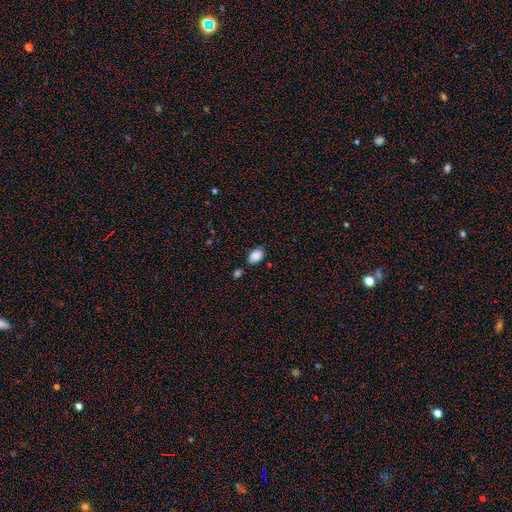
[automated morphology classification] Q: Smooth or featured?
A: smooth (86%); runner-up: star or artifact (9%)
Q: How rounded?
A: in between (89%); runner-up: round (9%)
Q: Merging?
A: none (66%); runner-up: minor disturbance (21%)